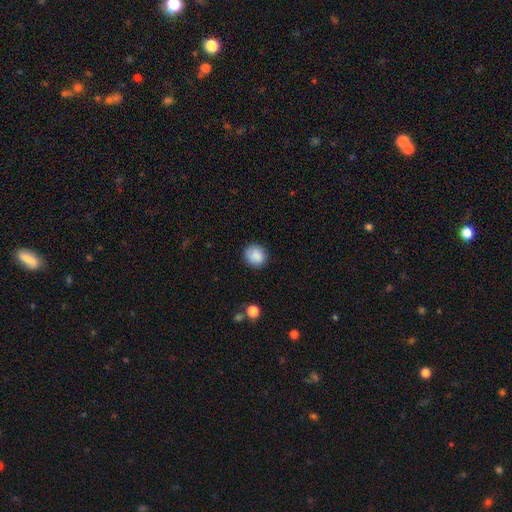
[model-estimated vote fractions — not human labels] This is clearly a smooth galaxy (88%). How rounded: clearly round (84%). Merging: clearly none (87%).